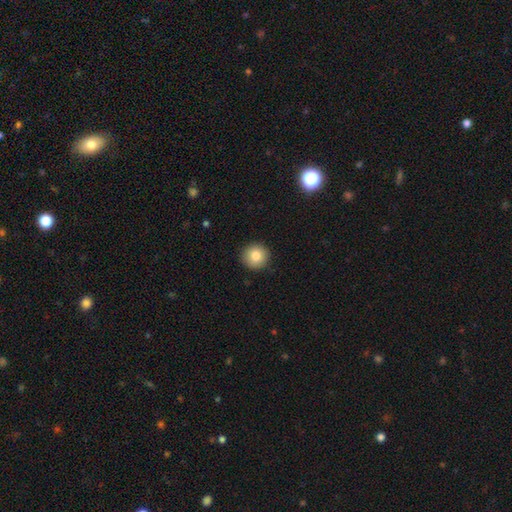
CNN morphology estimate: The model was most divided on "smooth or featured": smooth: 82%, star or artifact: 9%, featured or disk: 9%. More confident: how rounded — round (94%); merging — none (91%).